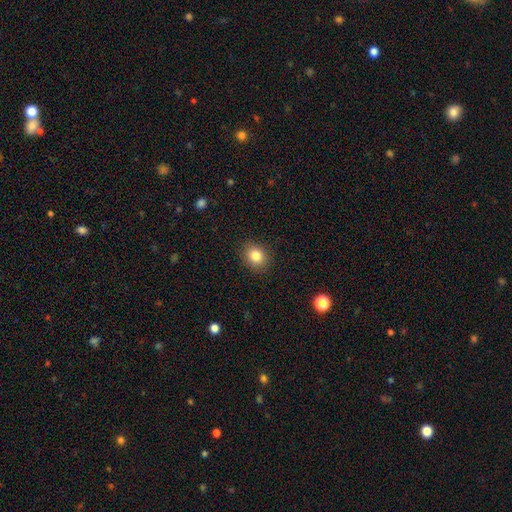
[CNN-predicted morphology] Smooth or featured: smooth — 83% (star or artifact — 10%)
How rounded: round — 61% (in between — 39%)
Merging: none — 89% (minor disturbance — 8%)